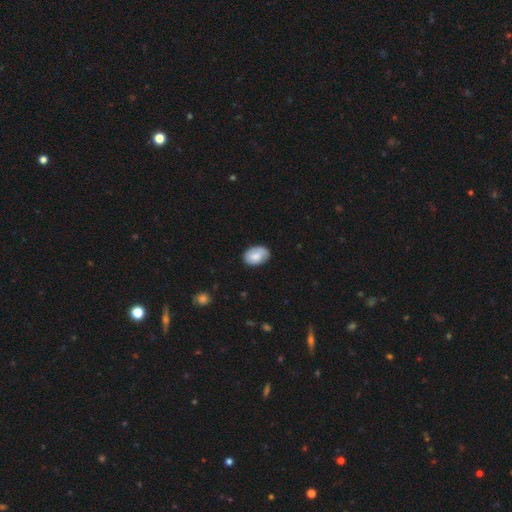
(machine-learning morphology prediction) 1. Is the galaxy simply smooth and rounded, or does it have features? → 78% smooth, 15% featured or disk, 7% star or artifact.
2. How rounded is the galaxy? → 85% in between, 14% round, 1% cigar-shaped.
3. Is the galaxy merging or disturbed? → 76% none, 20% minor disturbance, 3% major disturbance, 1% merger.